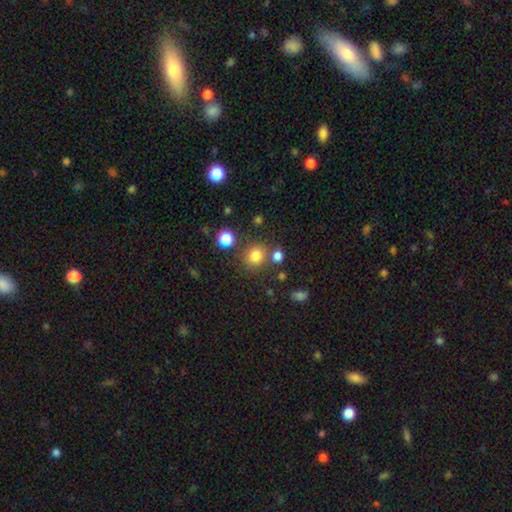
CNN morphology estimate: Smooth or featured: smooth — 79% (star or artifact — 14%)
How rounded: round — 86% (in between — 13%)
Merging: none — 75% (merger — 12%)